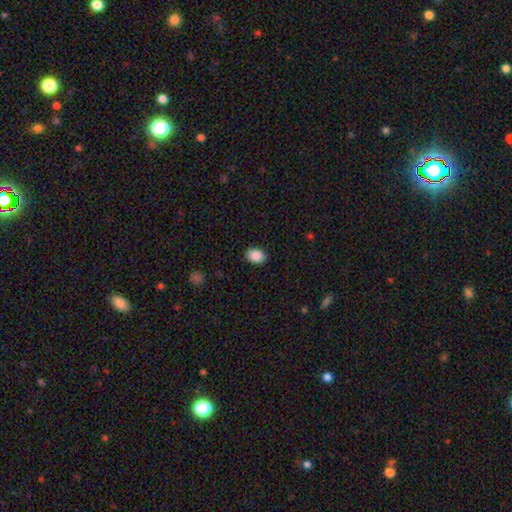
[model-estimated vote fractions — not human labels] smooth 89%, star or artifact 8%, featured or disk 4%. Down the decision tree: how rounded — in between (74%); merging — none (89%).